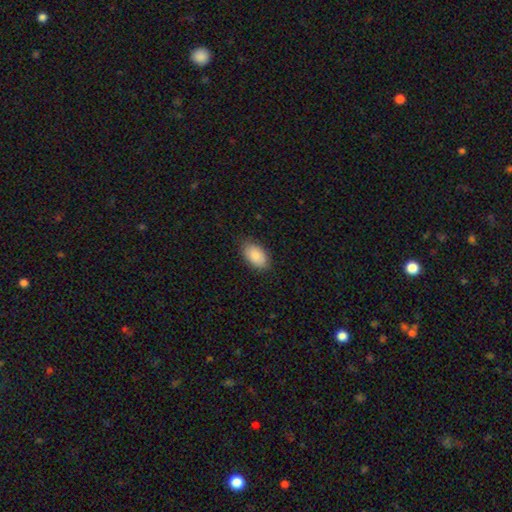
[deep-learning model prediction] Smooth or featured? Predicted: smooth (p=0.89). How rounded? Predicted: in between (p=0.94). Merging? Predicted: none (p=0.83).